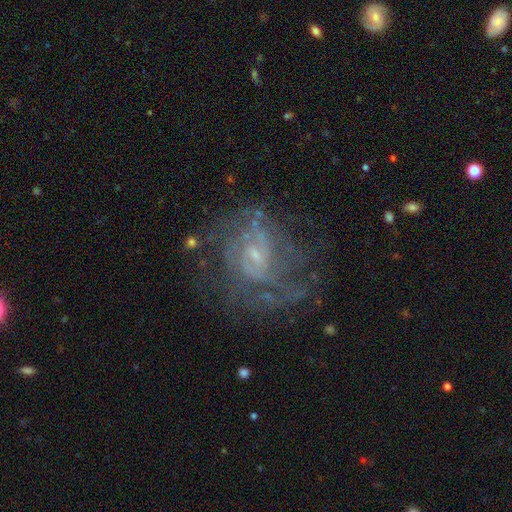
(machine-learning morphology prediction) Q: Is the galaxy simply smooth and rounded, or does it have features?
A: featured or disk — 82%.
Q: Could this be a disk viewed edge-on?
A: no — 98%.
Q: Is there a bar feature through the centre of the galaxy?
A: weak — 49%.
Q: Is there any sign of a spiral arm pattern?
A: yes — 88%.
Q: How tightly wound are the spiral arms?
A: medium — 42%, tied with tight.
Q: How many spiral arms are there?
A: can't tell — 35%.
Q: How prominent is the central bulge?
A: small — 73%.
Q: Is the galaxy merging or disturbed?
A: none — 61%.